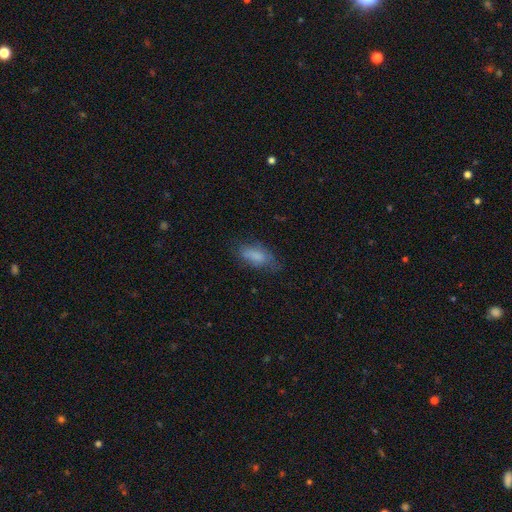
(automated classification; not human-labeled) Smooth or featured: smooth — 76% (featured or disk — 16%)
How rounded: in between — 80% (cigar-shaped — 17%)
Merging: none — 62% (minor disturbance — 26%)